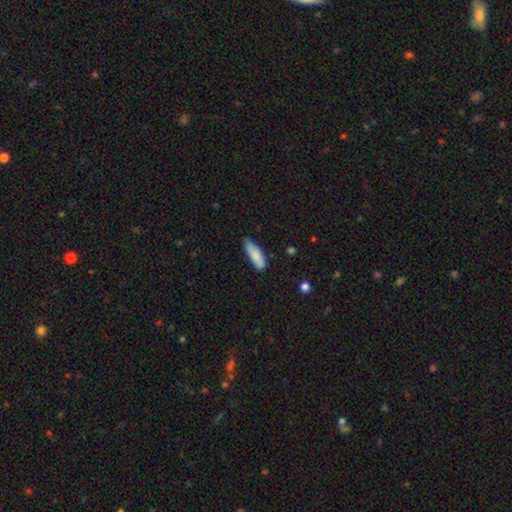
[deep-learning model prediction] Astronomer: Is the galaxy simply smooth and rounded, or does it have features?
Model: smooth — 84%.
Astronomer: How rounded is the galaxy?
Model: in between — 53% (runner-up: cigar-shaped, 46%).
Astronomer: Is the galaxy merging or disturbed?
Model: none — 67%.